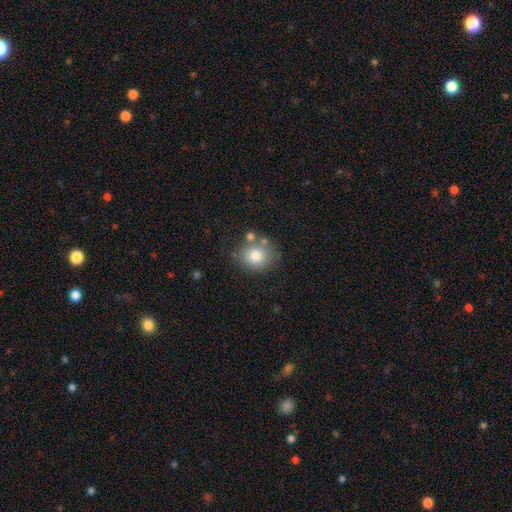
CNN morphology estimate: smooth 77%, featured or disk 12%, star or artifact 10%. Down the decision tree: how rounded — round (76%); merging — none (67%).